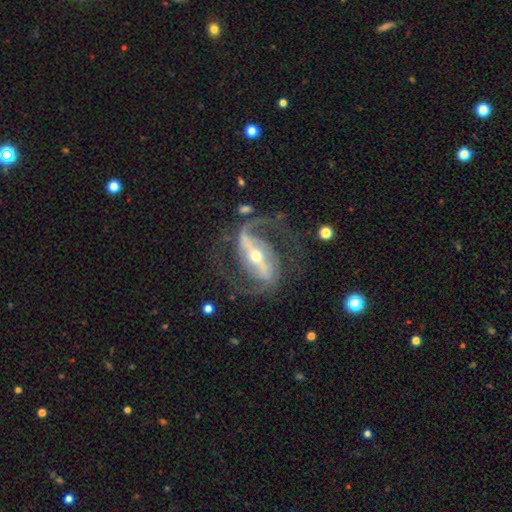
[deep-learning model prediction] smooth-or-featured: featured or disk: 92% | star or artifact: 4% | smooth: 3%
  disk-edge-on: no: 96% | yes: 4%
    bar: strong: 73% | weak: 19% | no: 9%
    has-spiral-arms: yes: 97% | no: 3%
      spiral-winding: medium: 57% | loose: 29% | tight: 15%
      spiral-arm-count: 2: 92% | 1: 2% | can't tell: 2% | 3: 2% | 4: 1% | more than 4: 1%
    bulge-size: small: 52% | moderate: 44% | large: 3% | dominant: 1% | none: 1%
  merging: none: 75% | minor disturbance: 13% | major disturbance: 11% | merger: 2%